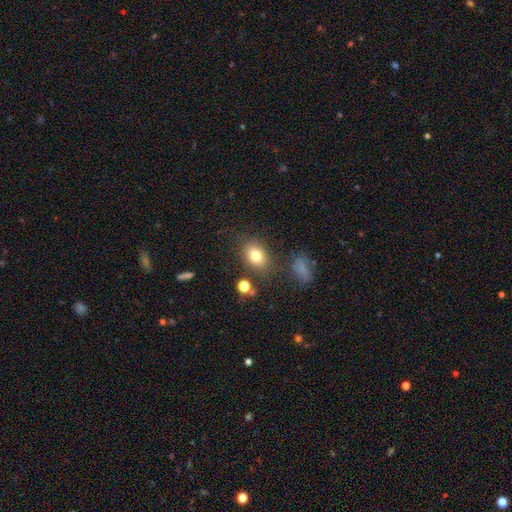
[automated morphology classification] Q: Smooth or featured?
A: smooth (78%); runner-up: star or artifact (12%)
Q: How rounded?
A: in between (69%); runner-up: round (30%)
Q: Merging?
A: none (76%); runner-up: minor disturbance (13%)